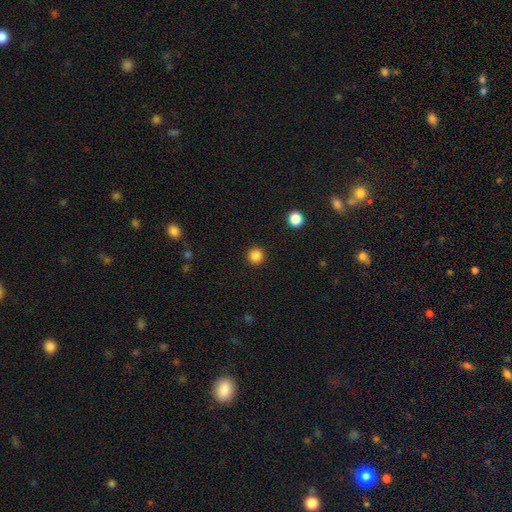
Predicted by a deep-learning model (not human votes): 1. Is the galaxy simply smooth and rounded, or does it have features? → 85% smooth, 12% star or artifact, 3% featured or disk.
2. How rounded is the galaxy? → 95% round, 4% in between, 1% cigar-shaped.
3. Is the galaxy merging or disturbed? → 92% none, 5% minor disturbance, 2% major disturbance, 1% merger.